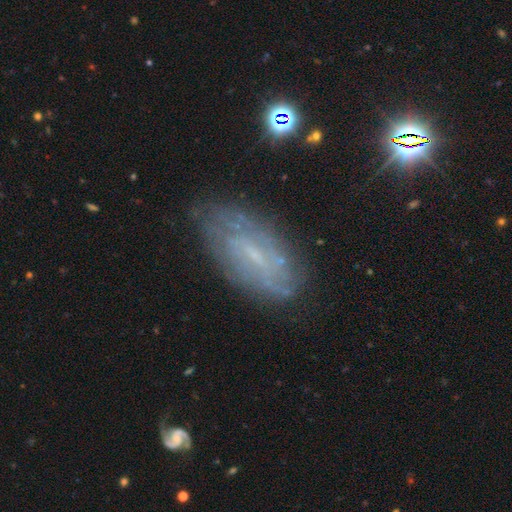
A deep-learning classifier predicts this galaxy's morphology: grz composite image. It shows a featured or disk galaxy (67%) with a weak bar (52%), spiral arms (79%) and a small central bulge (68%). Merging: none (75%).